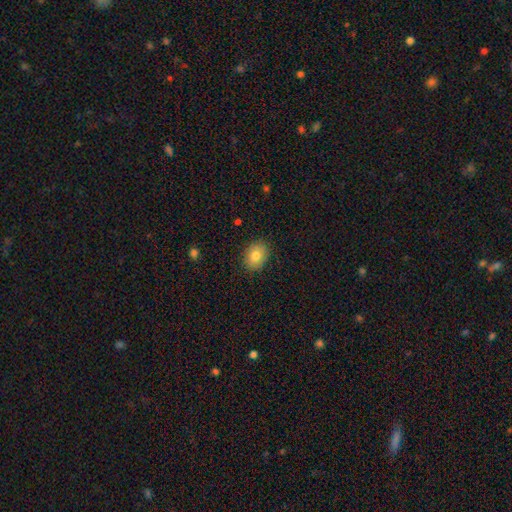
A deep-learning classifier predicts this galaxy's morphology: Overall: smooth (82%). How rounded: in between (63%; round 37%). Merging: none (89%).